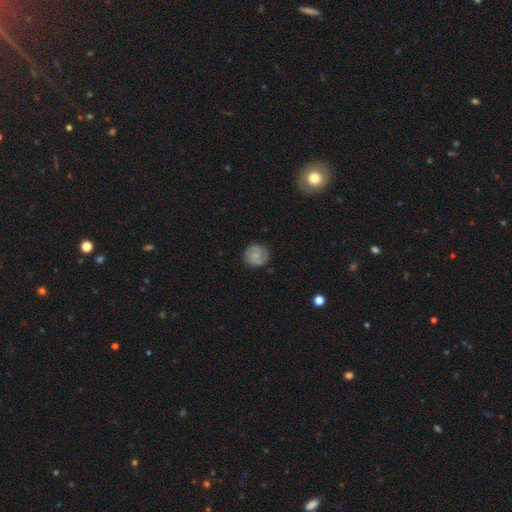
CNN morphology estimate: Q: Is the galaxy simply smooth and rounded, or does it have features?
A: featured or disk — 46%, tied with smooth.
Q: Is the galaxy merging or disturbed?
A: none — 82%.